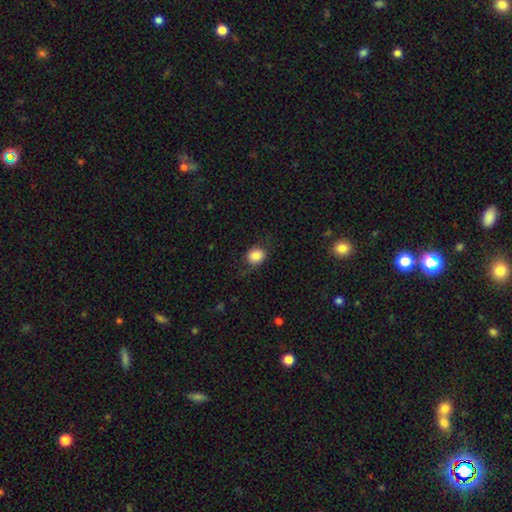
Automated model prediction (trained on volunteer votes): This appears to be a smooth galaxy with no disk features (83%) that is round (56%). Merging: none (71%).